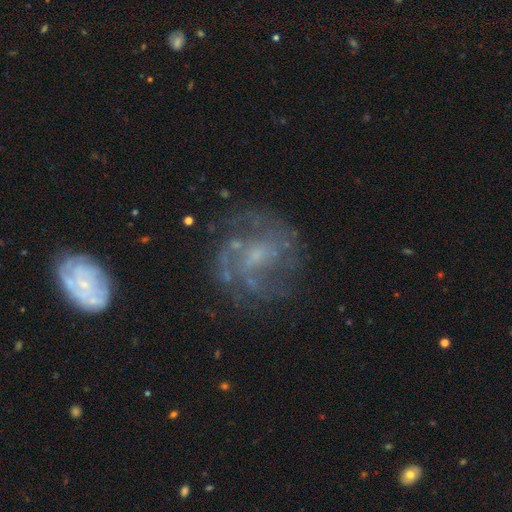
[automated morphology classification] featured or disk 77%, smooth 12%, star or artifact 11%. Down the decision tree: edge-on disk — no (98%); bar — no (50%); spiral arms — yes (82%); spiral arm count — can't tell (35%); spiral winding — medium (44%); bulge size — small (49%); merging — none (67%).